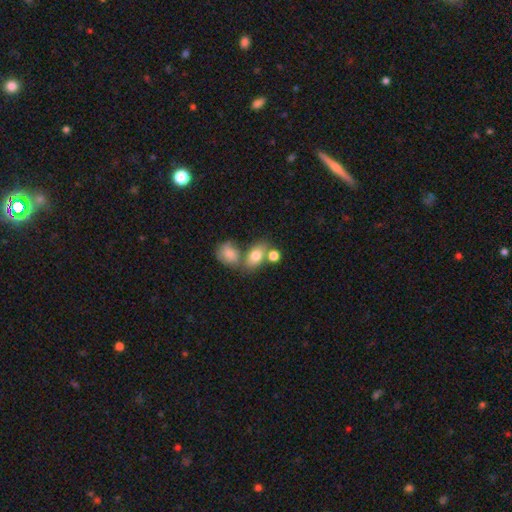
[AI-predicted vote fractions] This appears to be a smooth galaxy with no disk features (77%) that is in between round and cigar-shaped (75%). Merging: none (47%).